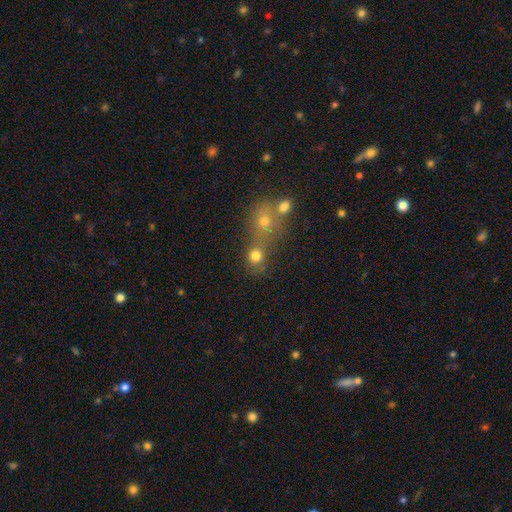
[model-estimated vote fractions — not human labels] Smooth or featured: smooth — 75% (star or artifact — 16%)
How rounded: round — 82% (in between — 16%)
Merging: none — 45% (merger — 41%)